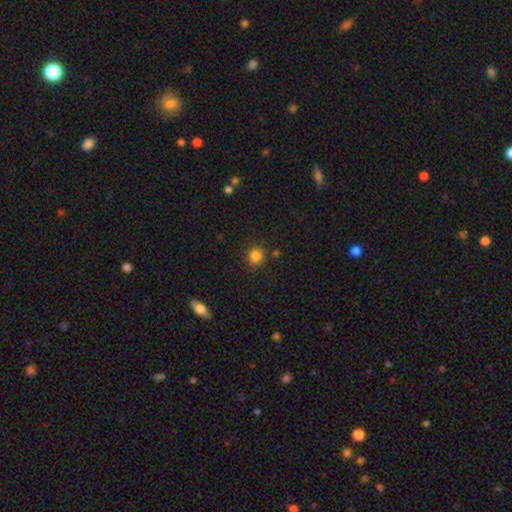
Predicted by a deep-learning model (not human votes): Morphology: type=smooth (84%); roundness=round (87%); merging=none (85%).